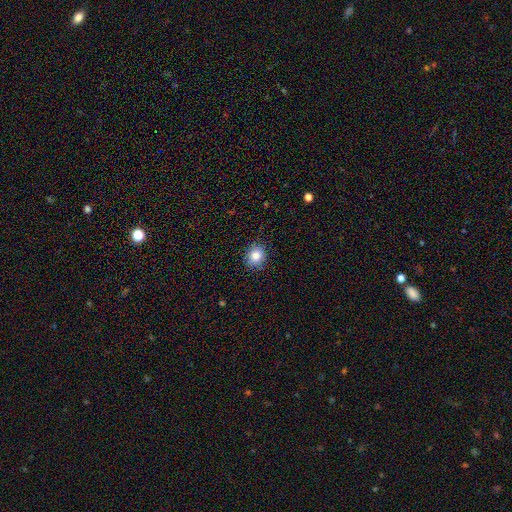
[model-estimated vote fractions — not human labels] Smooth or featured? smooth (81%)
How rounded? round (79%)
Merging? none (87%)